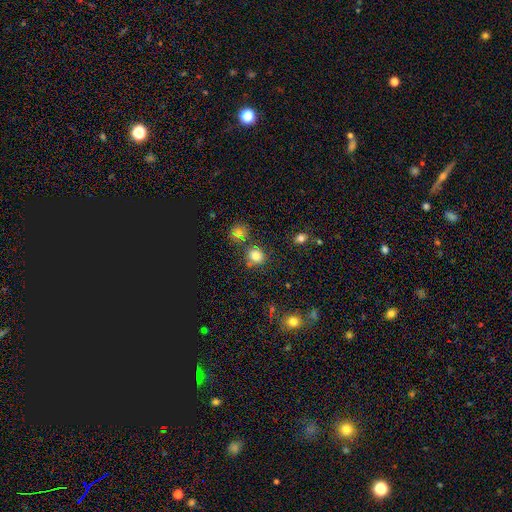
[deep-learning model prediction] Smooth or featured? smooth (77%)
How rounded? round (83%)
Merging? none (75%)